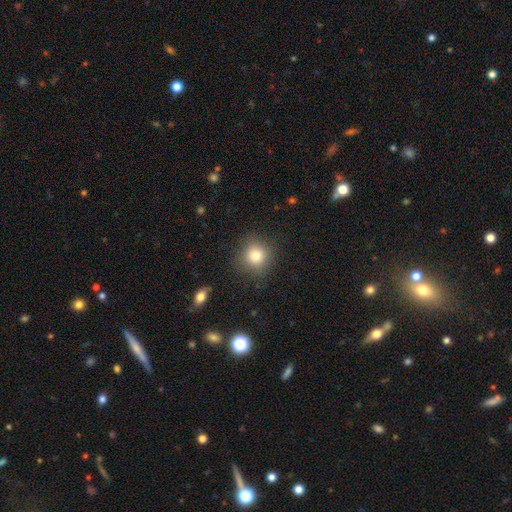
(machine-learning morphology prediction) smooth 81%, star or artifact 11%, featured or disk 7%. Down the decision tree: how rounded — round (88%); merging — none (85%).